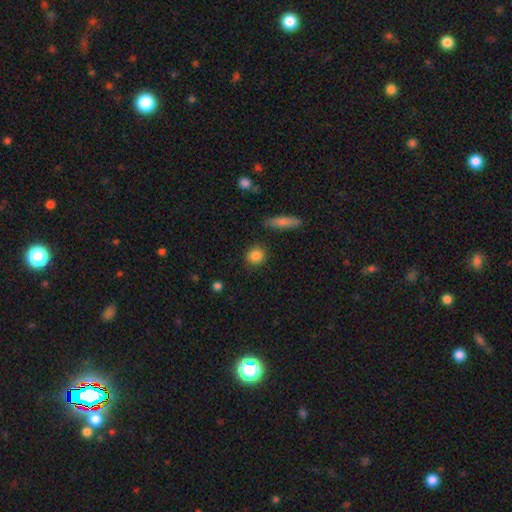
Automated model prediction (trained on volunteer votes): smooth-or-featured: smooth: 86% | star or artifact: 9% | featured or disk: 5%
  how-rounded: round: 85% | in between: 12% | cigar-shaped: 2%
  merging: none: 88% | minor disturbance: 7% | major disturbance: 2% | merger: 2%